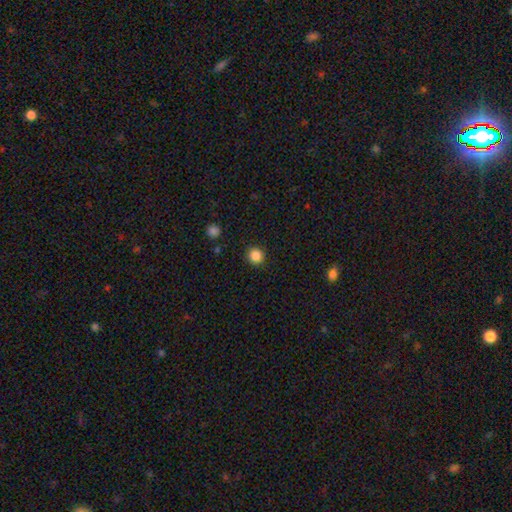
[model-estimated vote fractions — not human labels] Overall: smooth (86%). How rounded: round (94%). Merging: none (92%).